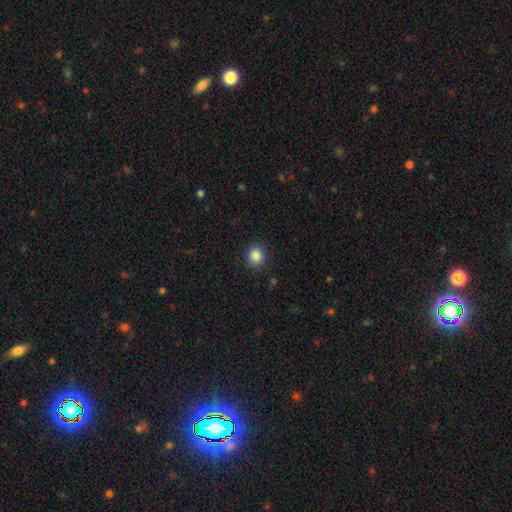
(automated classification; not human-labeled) This appears to be a smooth galaxy with no disk features (86%) that is round (83%). Merging: none (89%).